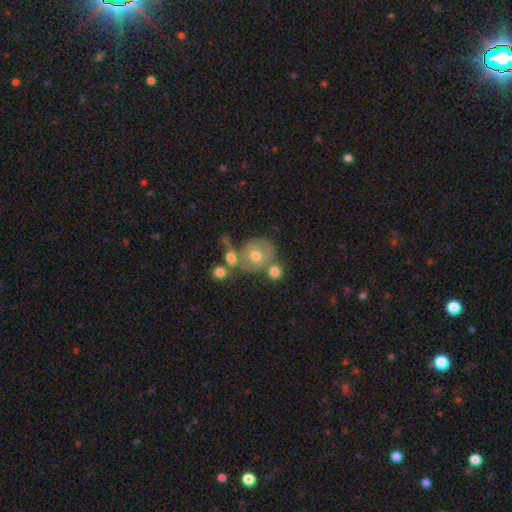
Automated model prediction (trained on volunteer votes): A featured or disk galaxy (44%). Merging: none (48%).